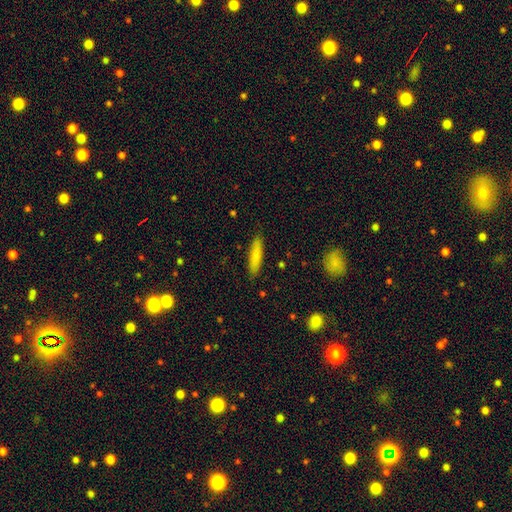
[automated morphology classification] Smooth or featured: smooth — 81% (featured or disk — 13%)
How rounded: cigar-shaped — 79% (in between — 19%)
Merging: none — 88% (minor disturbance — 9%)